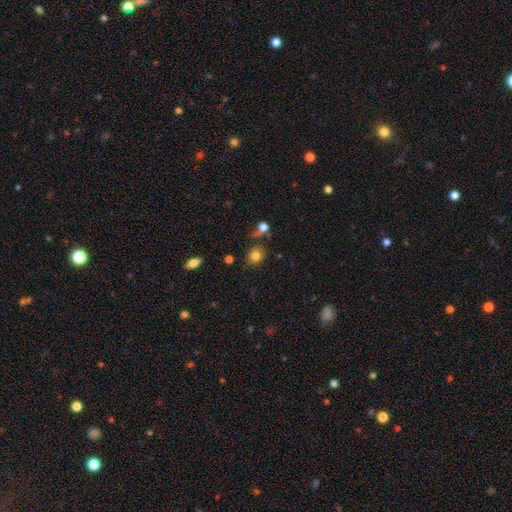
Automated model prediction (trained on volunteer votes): Morphology: type=smooth (80%); roundness=round (59%); merging=none (68%).